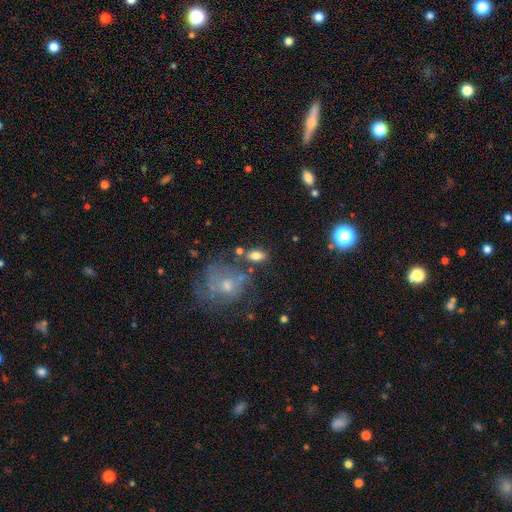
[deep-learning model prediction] Smooth or featured? smooth (78%)
How rounded? in between (87%)
Merging? none (69%)